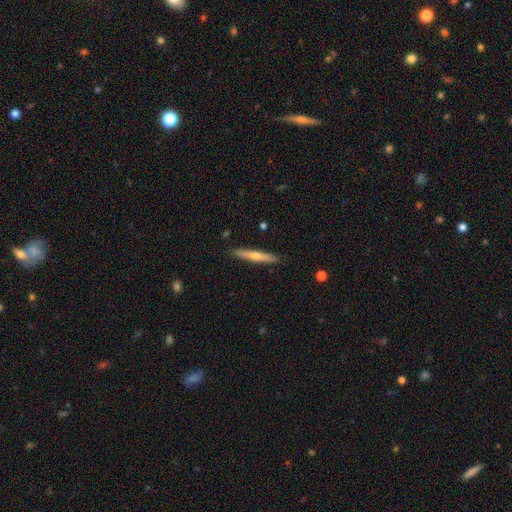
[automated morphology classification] The model was most divided on "smooth or featured": featured or disk: 55%, smooth: 39%, star or artifact: 6%. More confident: edge-on disk — yes (96%); merging — none (91%); edge-on bulge — rounded (78%).